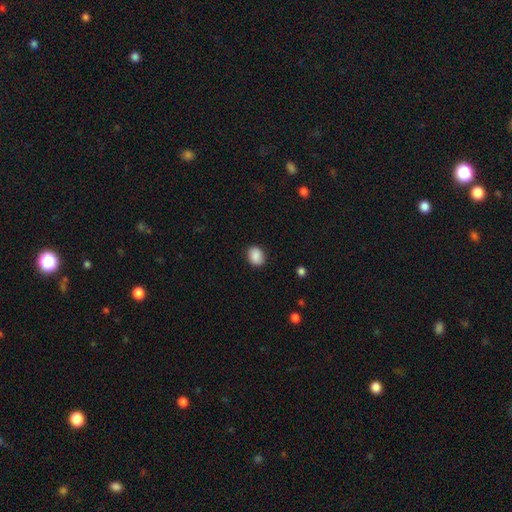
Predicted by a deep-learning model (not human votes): Smooth or featured? smooth (88%)
How rounded? in between (52%)
Merging? none (86%)